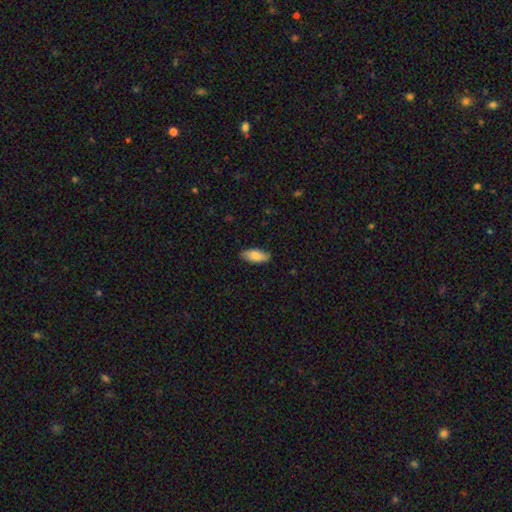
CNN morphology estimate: Overall: smooth (83%). How rounded: in between (84%). Merging: none (84%).